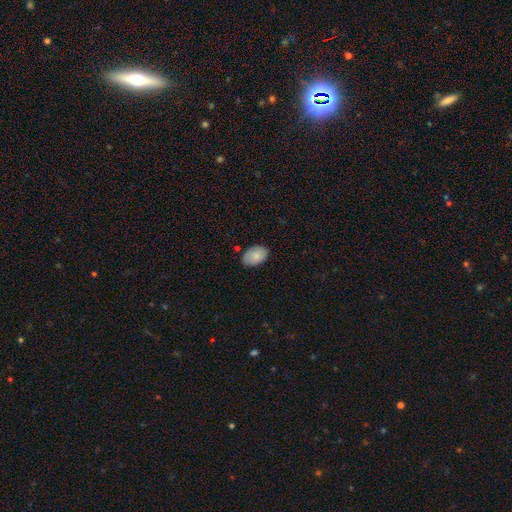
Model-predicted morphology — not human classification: A smooth galaxy with no disk features (85%) that is in between round and cigar-shaped (91%). Merging: none (81%).